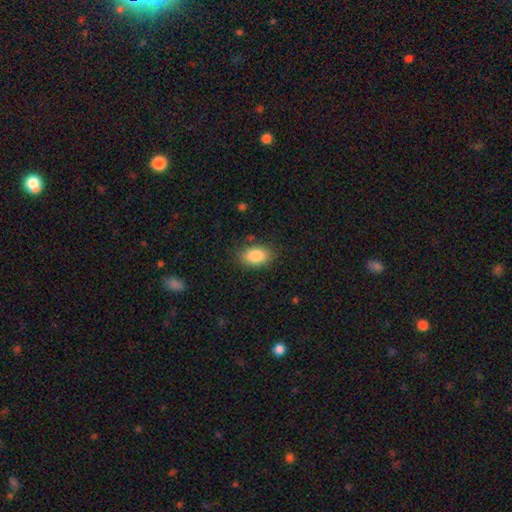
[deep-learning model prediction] Overall: smooth (87%). How rounded: in between (89%). Merging: none (83%).